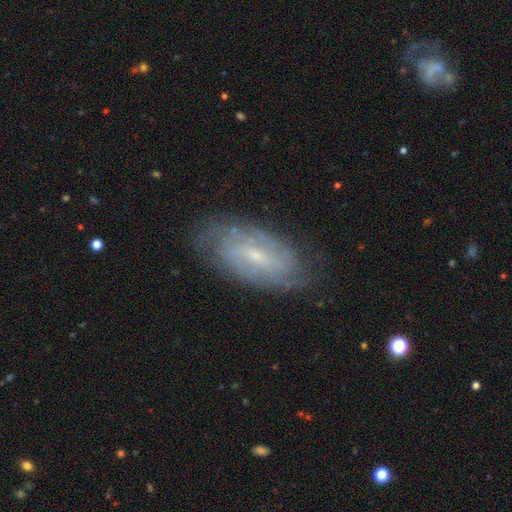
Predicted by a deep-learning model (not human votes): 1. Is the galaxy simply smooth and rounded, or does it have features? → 75% featured or disk, 17% smooth, 7% star or artifact.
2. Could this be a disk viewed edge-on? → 92% no, 8% yes.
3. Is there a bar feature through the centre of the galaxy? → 52% weak, 33% no, 15% strong.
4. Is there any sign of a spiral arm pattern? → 90% yes, 10% no.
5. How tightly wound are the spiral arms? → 65% tight, 27% medium, 8% loose.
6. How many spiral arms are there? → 50% can't tell, 21% 2, 10% 3, 9% 4, 5% more than 4, 4% 1.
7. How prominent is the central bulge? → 69% small, 25% moderate, 4% none, 1% large, 1% dominant.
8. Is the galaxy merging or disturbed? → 79% none, 16% minor disturbance, 4% major disturbance, 1% merger.